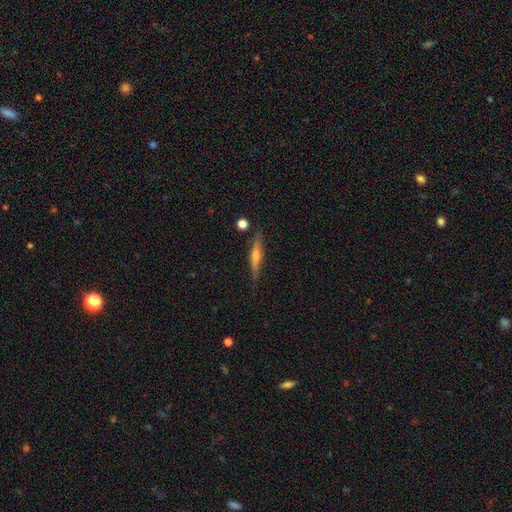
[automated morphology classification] featured or disk 62%, smooth 31%, star or artifact 7%. Down the decision tree: edge-on disk — yes (96%); edge-on bulge — rounded (73%); merging — none (85%).